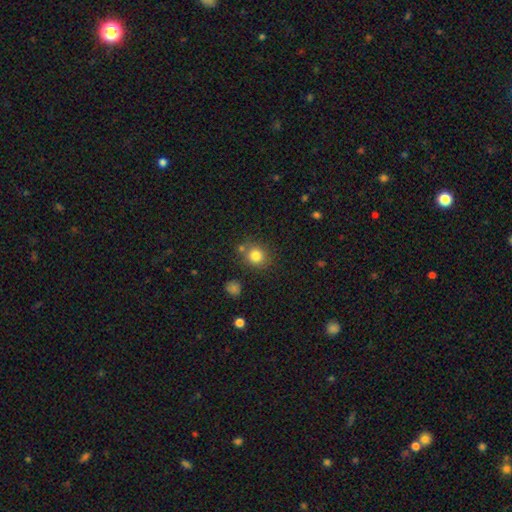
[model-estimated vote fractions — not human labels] Q: Smooth or featured?
A: smooth (82%); runner-up: star or artifact (12%)
Q: How rounded?
A: round (84%); runner-up: in between (15%)
Q: Merging?
A: none (76%); runner-up: minor disturbance (11%)